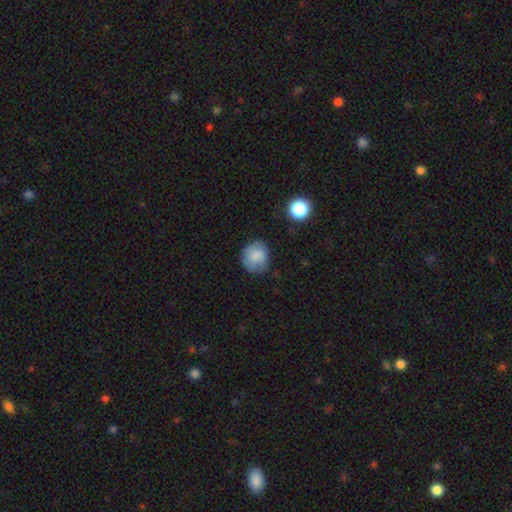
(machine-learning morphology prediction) A smooth galaxy with no disk features (75%) that is round (72%). Merging: none (66%).